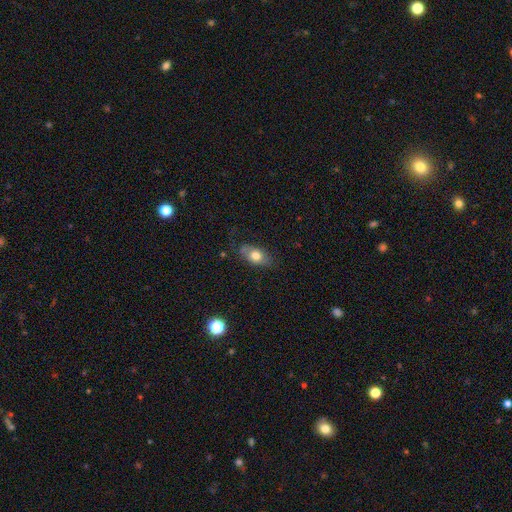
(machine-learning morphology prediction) type=smooth (69%); roundness=in between (85%); merging=none (69%).